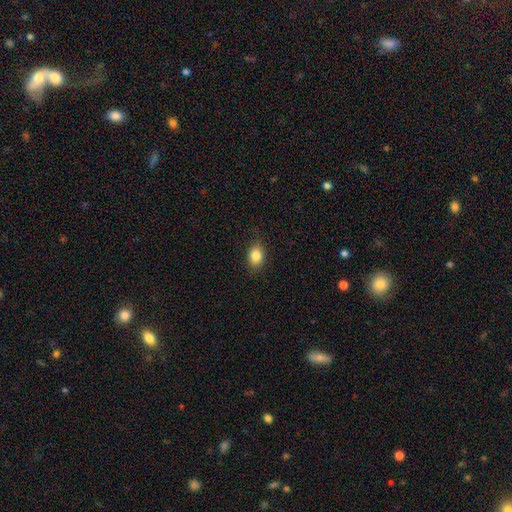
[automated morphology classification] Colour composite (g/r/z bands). It shows a smooth galaxy with no disk features (84%) that is in between round and cigar-shaped (72%). Merging: none (83%).